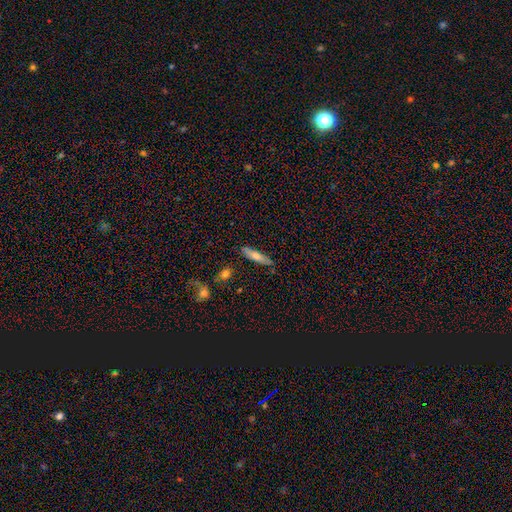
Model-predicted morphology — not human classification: Overall: smooth (60%; featured or disk 32%). How rounded: cigar-shaped (79%). Merging: none (81%).